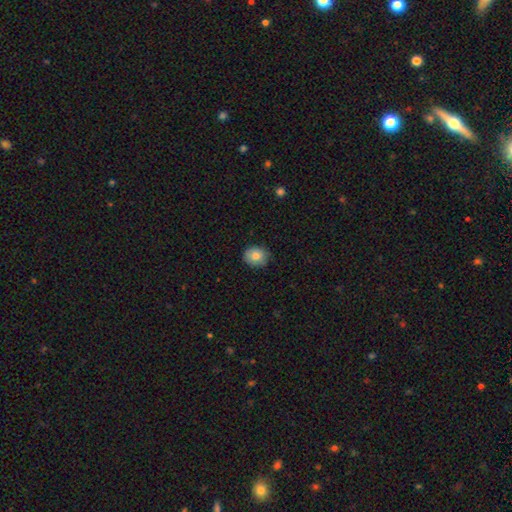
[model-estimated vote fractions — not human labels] smooth_or_featured: smooth (p=0.82) [alt: featured or disk p=0.09]
how_rounded: round (p=0.68) [alt: in between p=0.31]
merging: none (p=0.85) [alt: minor disturbance p=0.12]